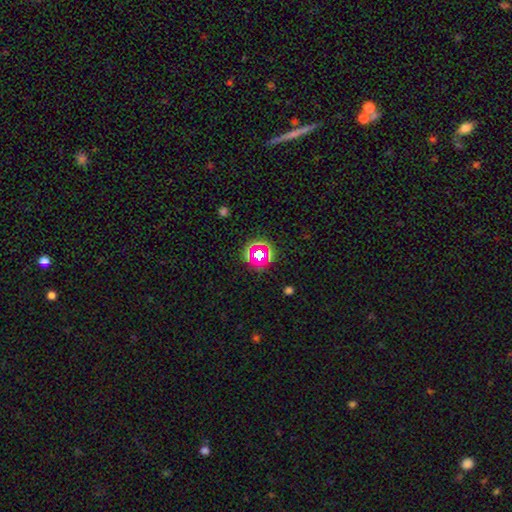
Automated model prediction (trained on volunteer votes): smooth_or_featured: star or artifact (p=0.54) [alt: smooth p=0.33]